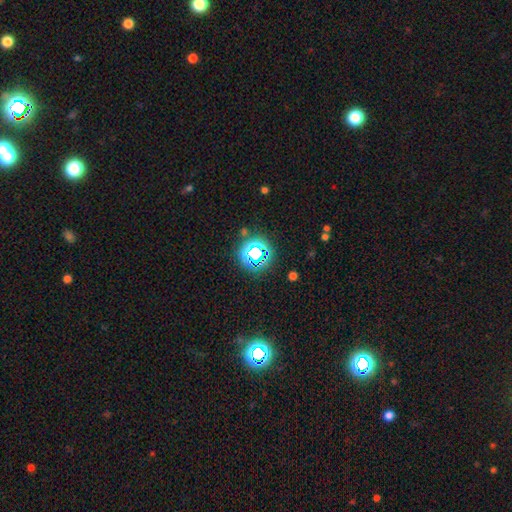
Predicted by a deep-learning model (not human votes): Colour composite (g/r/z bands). It shows a star or artifact, not a galaxy (63%).